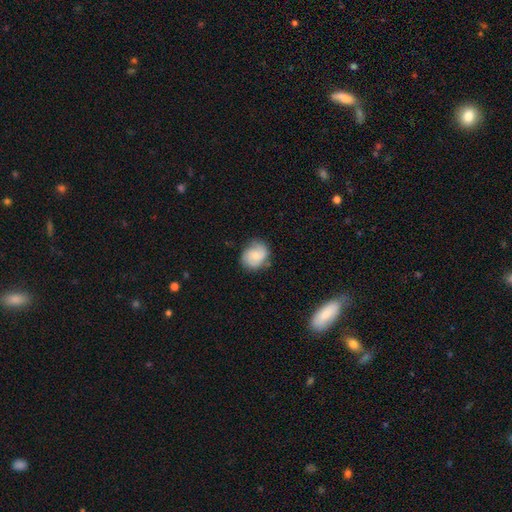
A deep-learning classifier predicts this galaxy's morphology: This appears to be a smooth galaxy with no disk features (60%) that is round (60%). Merging: none (69%).